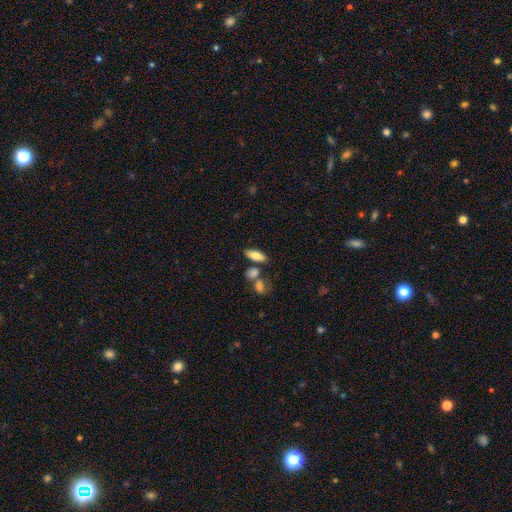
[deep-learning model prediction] The model was most divided on "merging": none: 70%, merger: 14%, minor disturbance: 12%, major disturbance: 4%. More confident: how rounded — in between (78%); smooth or featured — smooth (76%).